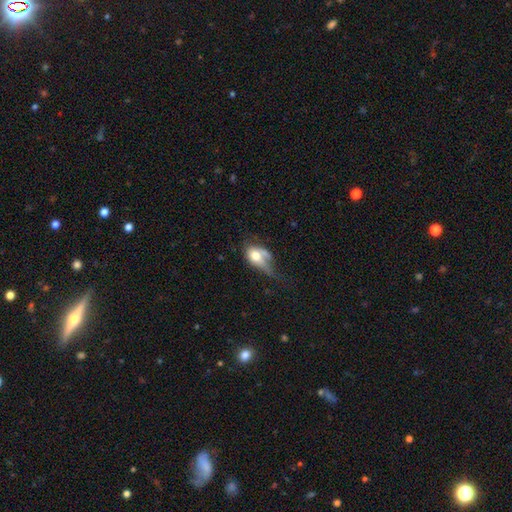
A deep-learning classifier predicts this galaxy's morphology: Overall: smooth (61%; featured or disk 31%). How rounded: in between (75%). Merging: major disturbance (39%; minor disturbance 23%).